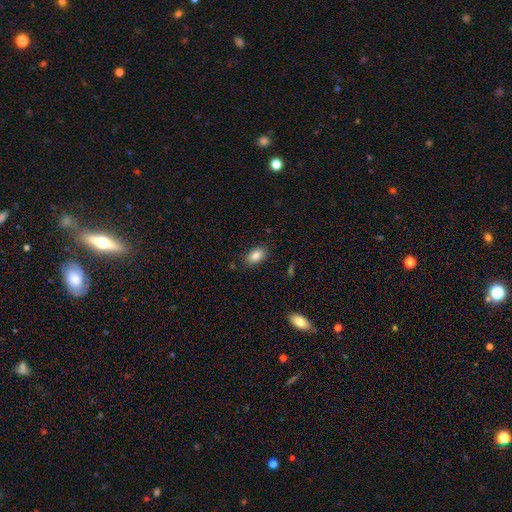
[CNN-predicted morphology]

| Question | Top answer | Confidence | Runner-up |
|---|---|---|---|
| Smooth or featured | smooth | 84% | star or artifact (8%) |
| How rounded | in between | 88% | round (11%) |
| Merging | none | 83% | minor disturbance (12%) |